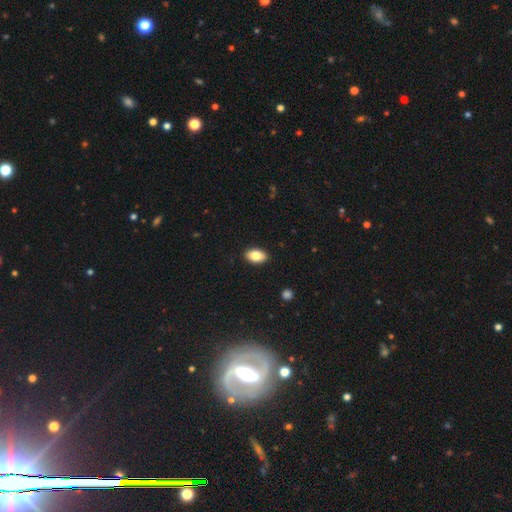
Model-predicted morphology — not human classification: This is clearly a smooth galaxy (83%). How rounded: clearly in between (91%). Merging: clearly none (90%).